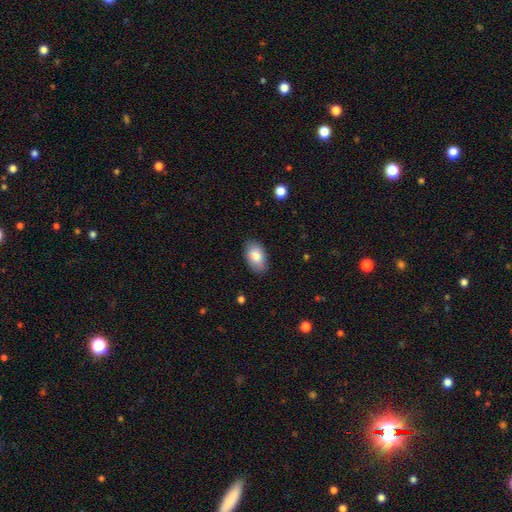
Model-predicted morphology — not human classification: type=smooth (84%); roundness=in between (93%); merging=none (85%).